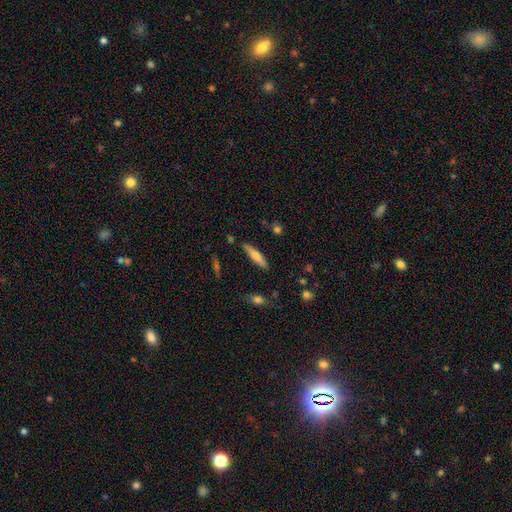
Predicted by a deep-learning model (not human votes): A smooth galaxy with no disk features (58%) that is cigar-shaped (82%). Merging: none (86%).